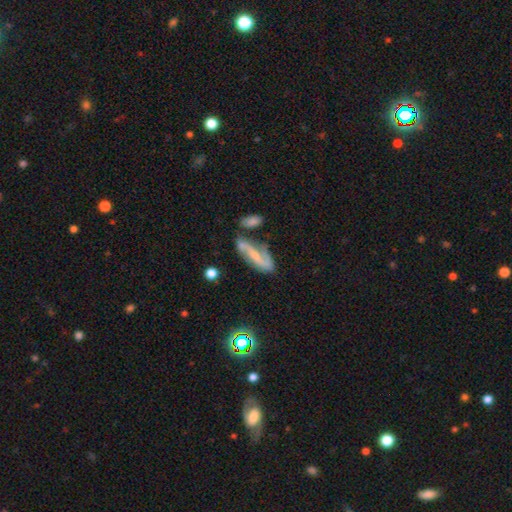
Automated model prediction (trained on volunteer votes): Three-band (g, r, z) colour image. It shows a featured or disk galaxy (69%) with a strong bar (39%), spiral arms (87%) and a small central bulge (59%). Merging: none (56%).